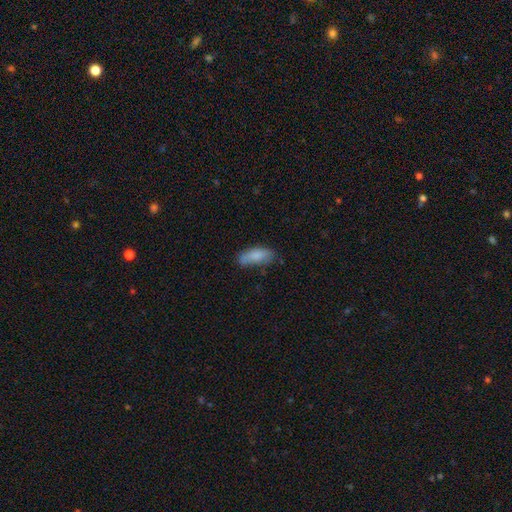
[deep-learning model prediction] Smooth or featured?
  - smooth: 83% *
  - featured or disk: 11%
  - star or artifact: 7%
How rounded?
  - in between: 77% *
  - cigar-shaped: 21%
  - round: 2%
Merging?
  - none: 63% *
  - minor disturbance: 27%
  - major disturbance: 6%
  - merger: 4%